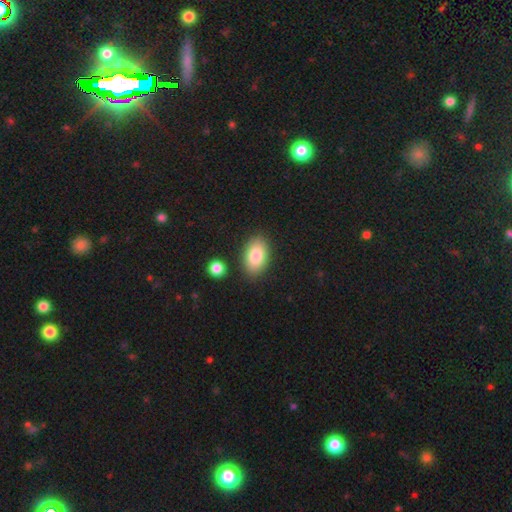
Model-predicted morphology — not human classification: Overall: smooth (85%). How rounded: in between (92%). Merging: none (85%).